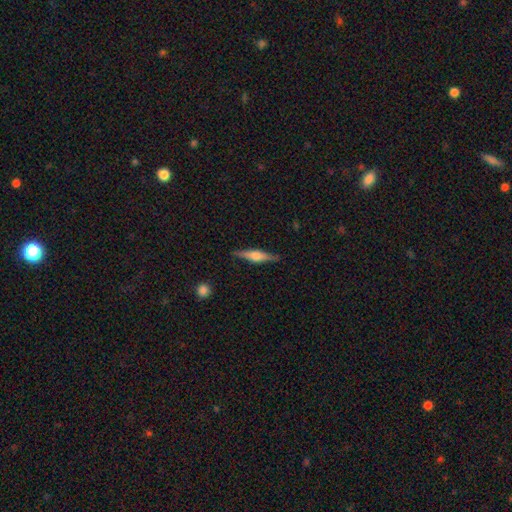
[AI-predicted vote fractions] A featured or disk galaxy (66%) viewed edge-on (97%) with a rounded central bulge (86%). Merging: none (88%).